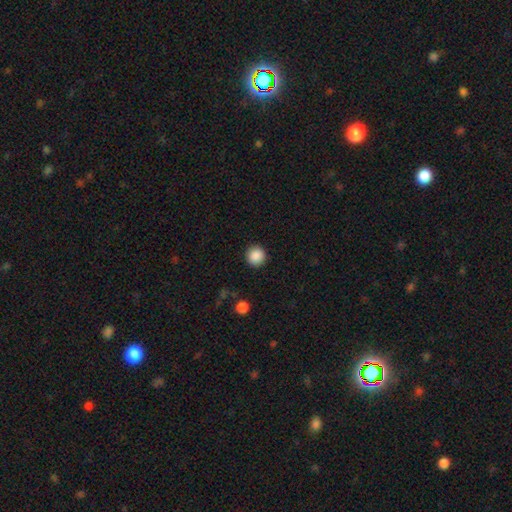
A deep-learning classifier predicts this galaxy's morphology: smooth-or-featured: smooth: 88% | star or artifact: 9% | featured or disk: 3%
  how-rounded: round: 95% | in between: 4% | cigar-shaped: 1%
  merging: none: 92% | minor disturbance: 5% | major disturbance: 2% | merger: 1%